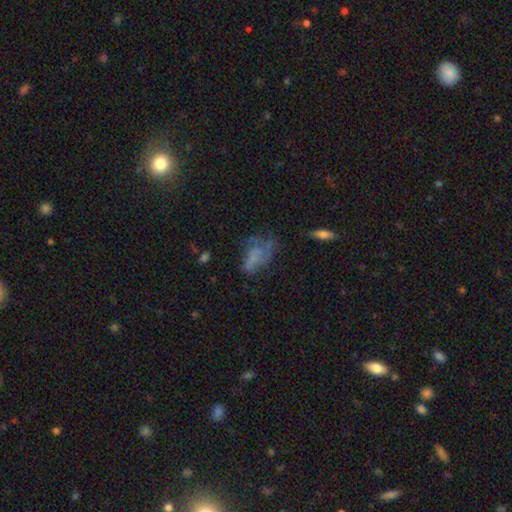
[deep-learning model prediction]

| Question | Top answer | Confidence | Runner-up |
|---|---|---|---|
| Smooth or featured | smooth | 43% | featured or disk (39%) |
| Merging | none | 38% | major disturbance (34%) |